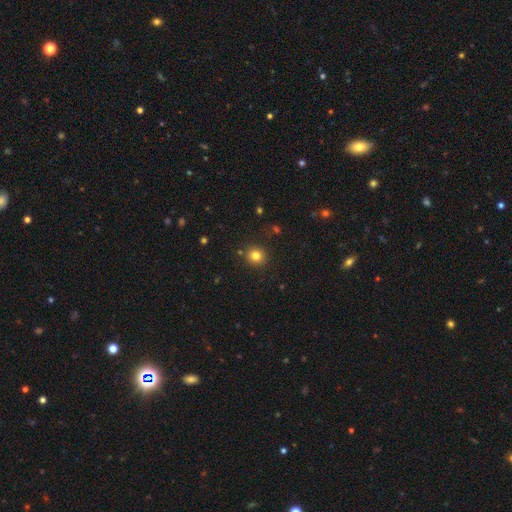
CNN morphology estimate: The model was most divided on "smooth or featured": smooth: 81%, star or artifact: 13%, featured or disk: 6%. More confident: merging — none (88%); how rounded — round (87%).